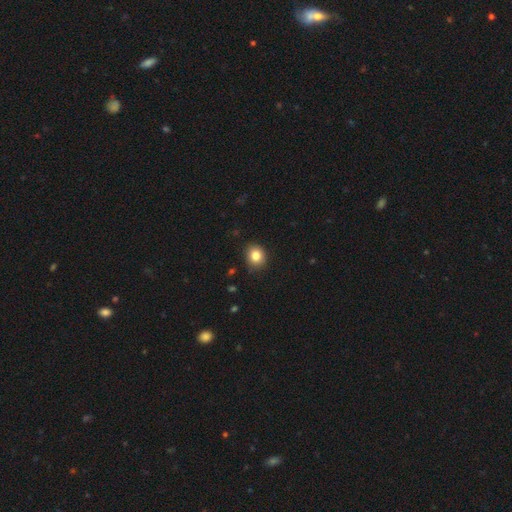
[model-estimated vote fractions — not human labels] smooth_or_featured: smooth (p=0.83) [alt: star or artifact p=0.11]
how_rounded: round (p=0.69) [alt: in between p=0.30]
merging: none (p=0.87) [alt: minor disturbance p=0.10]